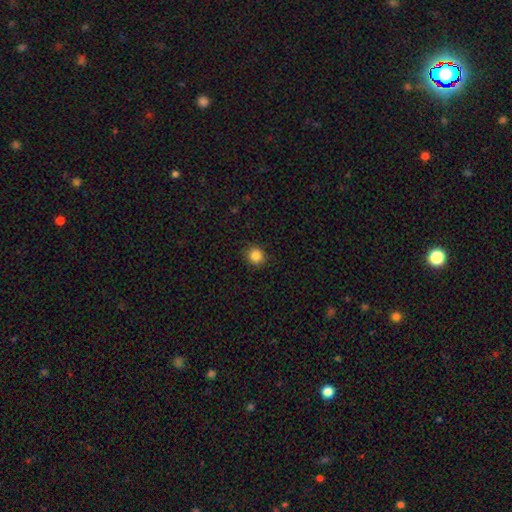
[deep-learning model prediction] This appears to be a smooth galaxy with no disk features (86%) that is round (90%). Merging: none (90%).